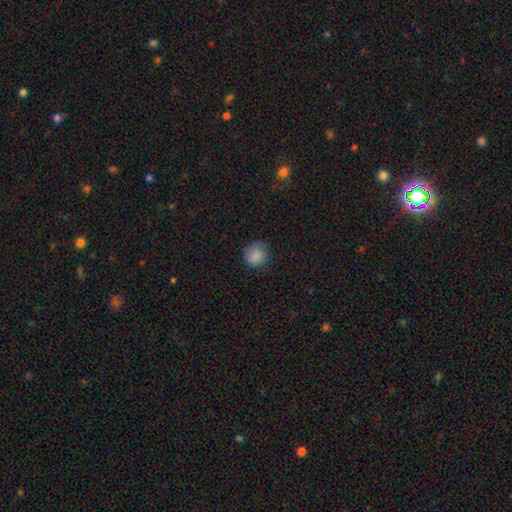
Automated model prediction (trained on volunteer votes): Smooth or featured: smooth — 87% (star or artifact — 9%)
How rounded: round — 89% (in between — 10%)
Merging: none — 80% (minor disturbance — 16%)